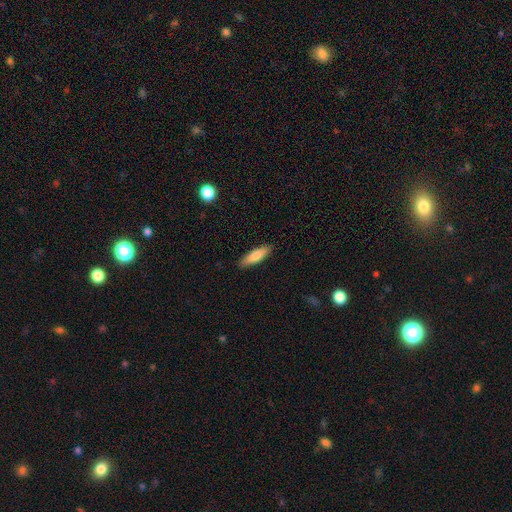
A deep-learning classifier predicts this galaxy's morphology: This is likely a smooth galaxy (78%). How rounded: possibly cigar-shaped (56%). Merging: clearly none (89%).